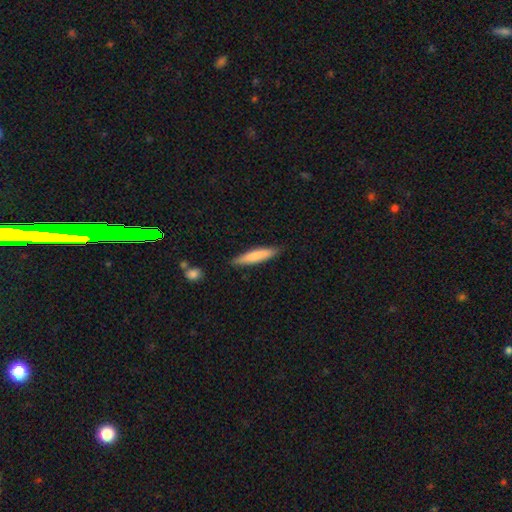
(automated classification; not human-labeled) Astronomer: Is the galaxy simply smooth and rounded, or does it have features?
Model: smooth — 78%.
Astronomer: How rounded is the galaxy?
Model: cigar-shaped — 88%.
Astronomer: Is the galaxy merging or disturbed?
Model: none — 86%.